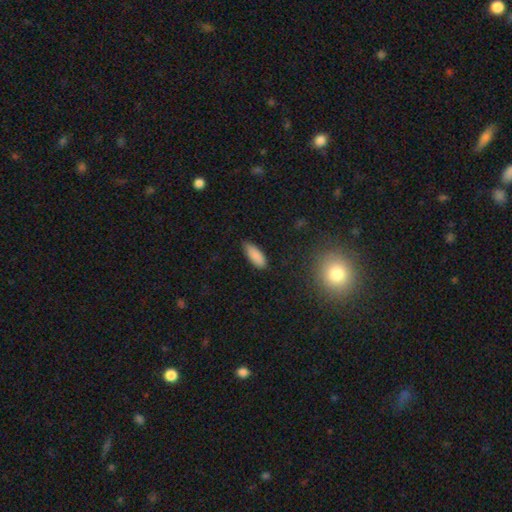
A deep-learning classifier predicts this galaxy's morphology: A smooth galaxy with no disk features (87%) that is in between round and cigar-shaped (75%). Merging: none (77%).